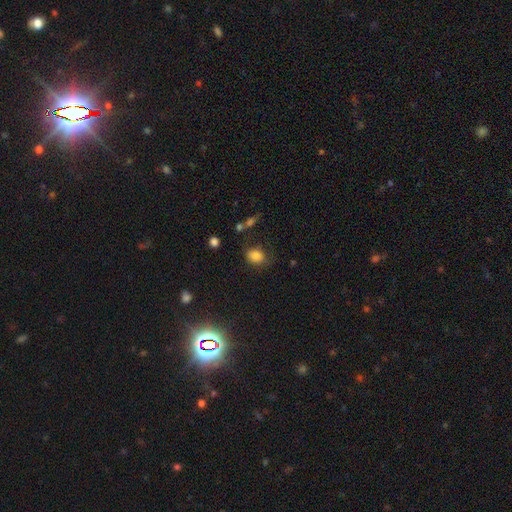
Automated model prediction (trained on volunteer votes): This appears to be a smooth galaxy with no disk features (82%) that is in between round and cigar-shaped (55%). Merging: none (66%).